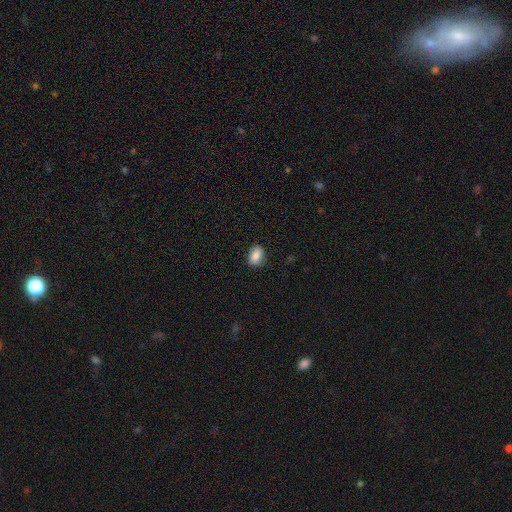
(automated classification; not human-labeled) smooth_or_featured: smooth (p=0.84) [alt: star or artifact p=0.08]
how_rounded: in between (p=0.72) [alt: round p=0.26]
merging: none (p=0.85) [alt: minor disturbance p=0.12]